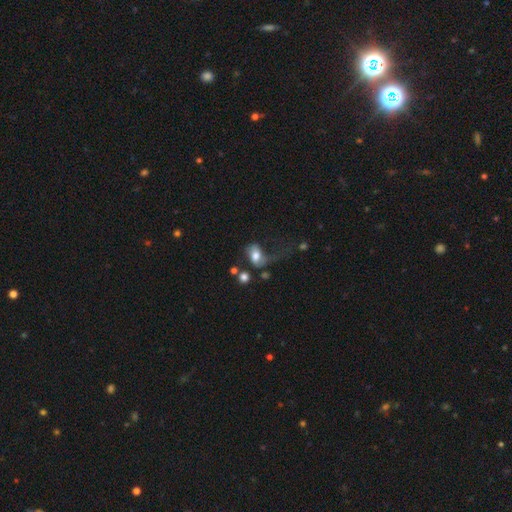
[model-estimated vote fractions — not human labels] smooth_or_featured: smooth (p=0.58) [alt: featured or disk p=0.33]
how_rounded: in between (p=0.73) [alt: round p=0.25]
merging: major disturbance (p=0.46) [alt: none p=0.24]